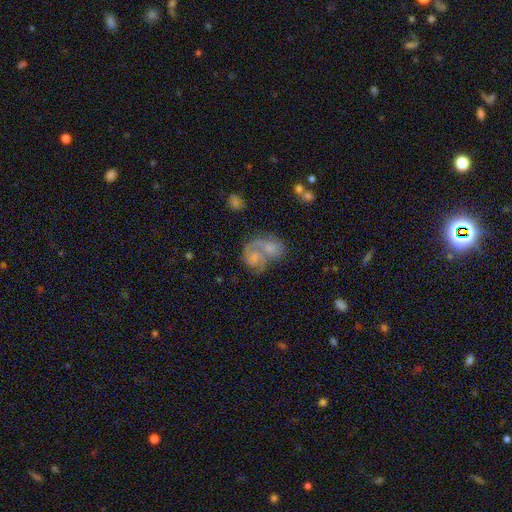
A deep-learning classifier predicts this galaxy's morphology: Smooth or featured? featured or disk (48%)
Merging? merger (56%)